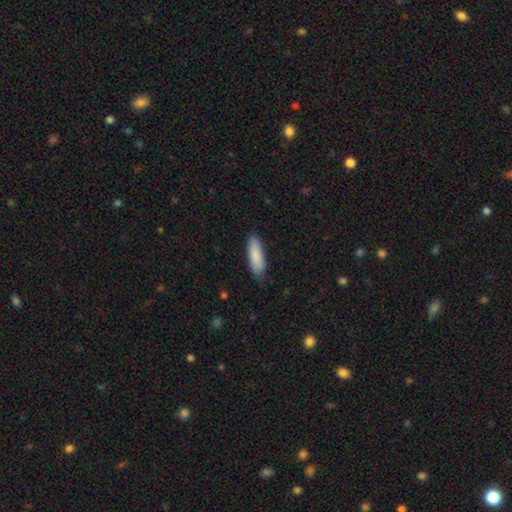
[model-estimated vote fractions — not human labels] Morphology: type=smooth (87%); roundness=in between (53%); merging=none (78%).